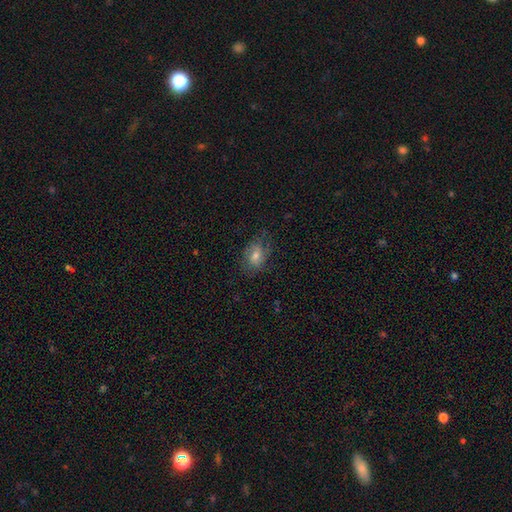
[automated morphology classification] Smooth or featured?
  - smooth: 50% *
  - featured or disk: 38%
  - star or artifact: 13%
Merging?
  - none: 68% *
  - minor disturbance: 21%
  - major disturbance: 10%
  - merger: 1%